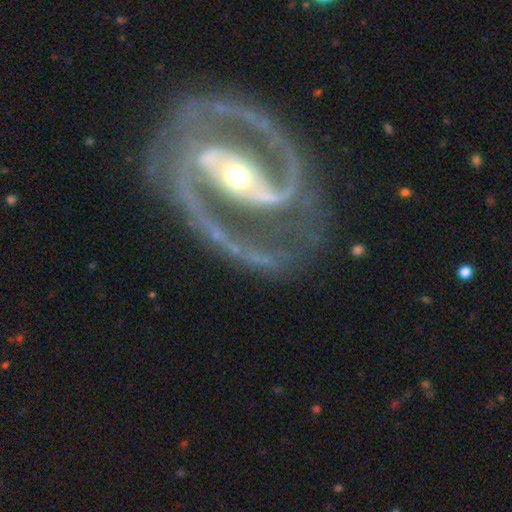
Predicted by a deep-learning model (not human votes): smooth-or-featured: featured or disk: 94% | star or artifact: 4% | smooth: 2%
  disk-edge-on: no: 98% | yes: 2%
    bar: strong: 61% | weak: 24% | no: 16%
    has-spiral-arms: yes: 98% | no: 2%
      spiral-winding: medium: 58% | tight: 33% | loose: 9%
      spiral-arm-count: 2: 92% | 3: 3% | can't tell: 2% | 1: 1% | 4: 1% | more than 4: 1%
    bulge-size: moderate: 58% | small: 35% | large: 5% | dominant: 1% | none: 1%
  merging: none: 76% | minor disturbance: 14% | major disturbance: 7% | merger: 2%